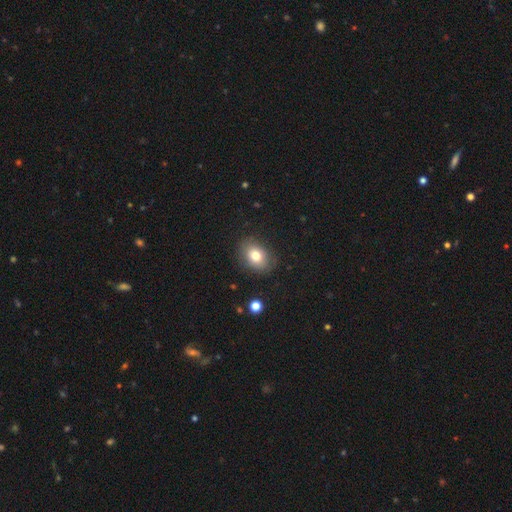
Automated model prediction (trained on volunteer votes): Smooth or featured: smooth — 78% (featured or disk — 12%)
How rounded: in between — 65% (round — 34%)
Merging: none — 84% (minor disturbance — 11%)